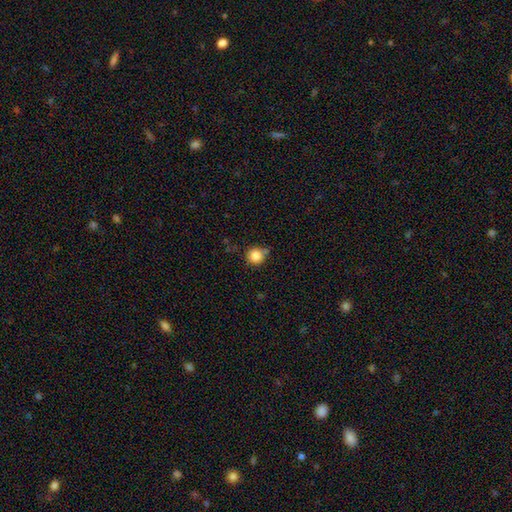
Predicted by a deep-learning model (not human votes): Smooth or featured: smooth — 85% (star or artifact — 11%)
How rounded: round — 93% (in between — 6%)
Merging: none — 68% (minor disturbance — 19%)